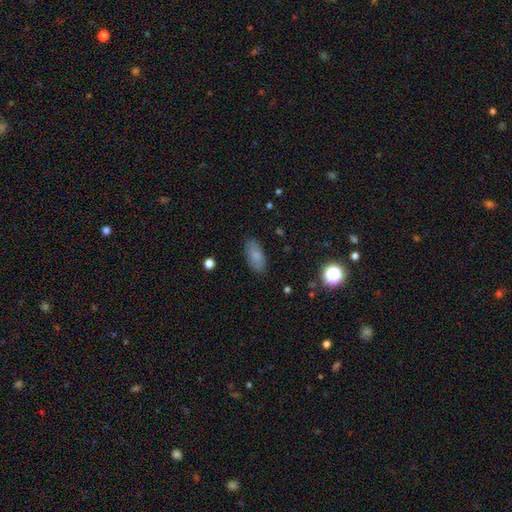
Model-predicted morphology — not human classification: The model was most divided on "smooth or featured": smooth: 81%, featured or disk: 10%, star or artifact: 9%. More confident: how rounded — in between (88%); merging — none (85%).